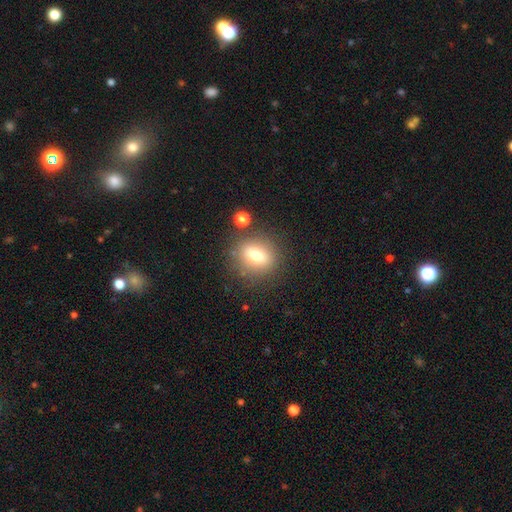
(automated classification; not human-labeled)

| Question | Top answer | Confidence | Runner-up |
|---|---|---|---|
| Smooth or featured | smooth | 70% | featured or disk (18%) |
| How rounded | round | 59% | in between (39%) |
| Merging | none | 80% | minor disturbance (10%) |